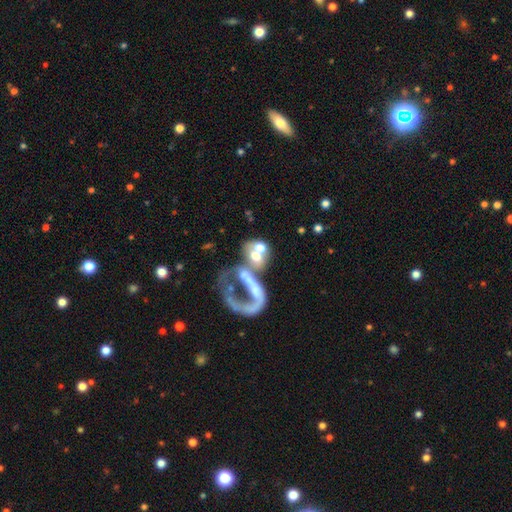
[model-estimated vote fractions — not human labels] Overall: featured or disk (50%; smooth 36%). Merging: merger (54%; major disturbance 25%).